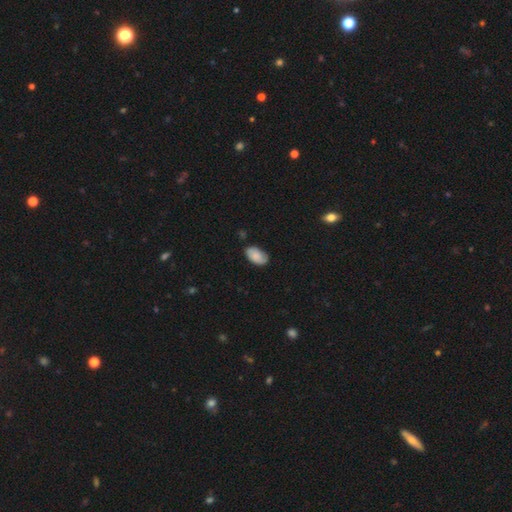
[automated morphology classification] This appears to be a smooth galaxy with no disk features (80%) that is in between round and cigar-shaped (94%). Merging: none (73%).